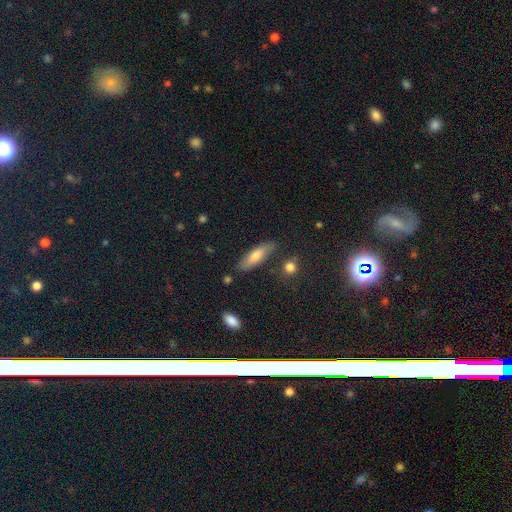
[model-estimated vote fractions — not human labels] Q: Smooth or featured?
A: smooth (63%); runner-up: featured or disk (27%)
Q: How rounded?
A: cigar-shaped (55%); runner-up: in between (42%)
Q: Merging?
A: none (80%); runner-up: minor disturbance (14%)